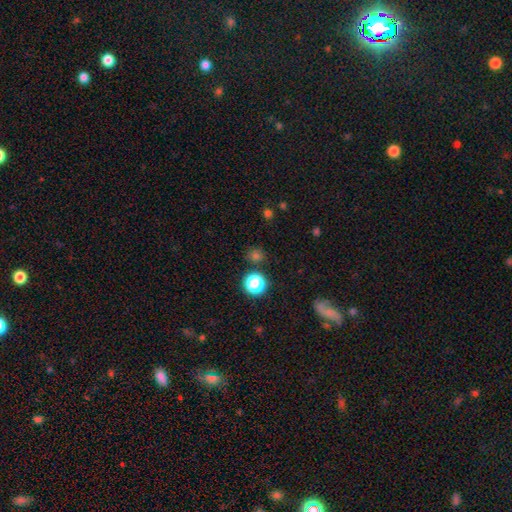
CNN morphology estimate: A smooth galaxy with no disk features (57%) that is round (85%). Merging: none (83%).